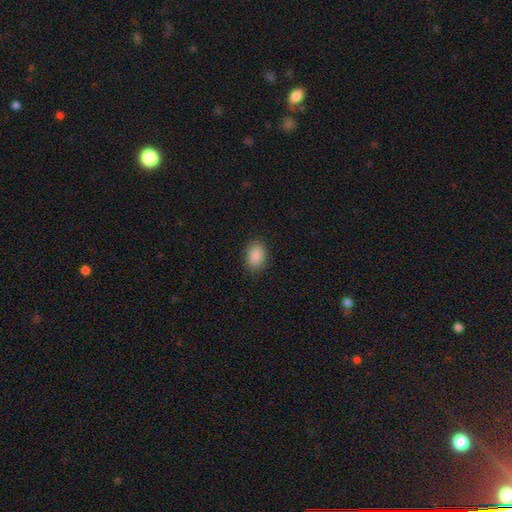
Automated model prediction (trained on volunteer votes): Smooth or featured: smooth — 89% (star or artifact — 8%)
How rounded: in between — 78% (round — 21%)
Merging: none — 87% (minor disturbance — 9%)